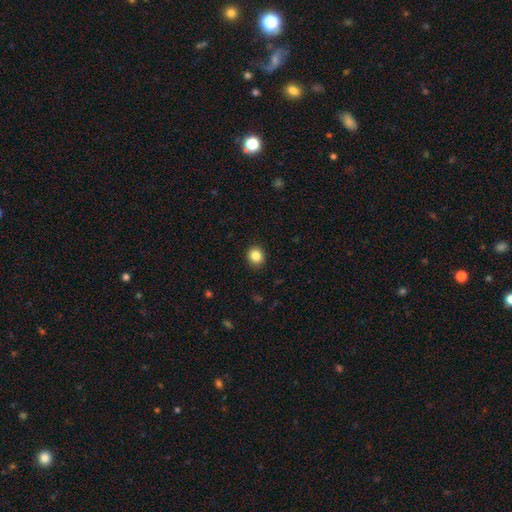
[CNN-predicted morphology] Smooth or featured? Predicted: smooth (p=0.85). How rounded? Predicted: round (p=0.83). Merging? Predicted: none (p=0.91).